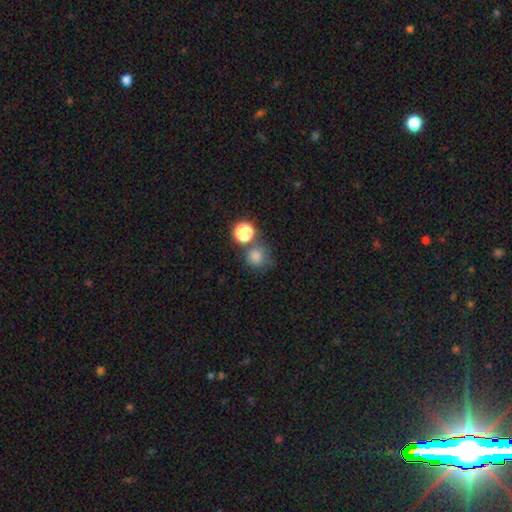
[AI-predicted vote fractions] A smooth galaxy with no disk features (76%) that is round (87%). Merging: none (61%).